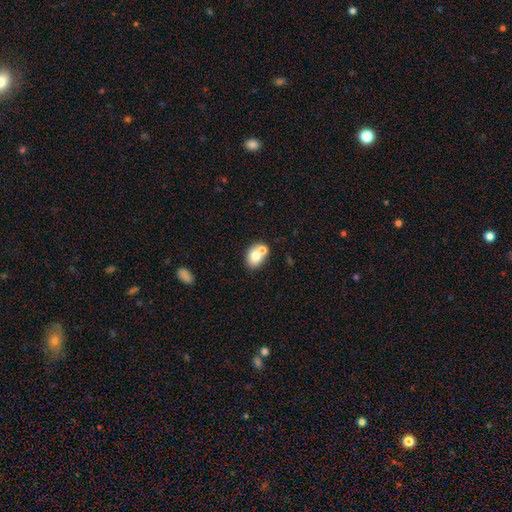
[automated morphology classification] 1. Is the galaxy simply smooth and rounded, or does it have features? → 73% smooth, 18% featured or disk, 9% star or artifact.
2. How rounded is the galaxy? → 55% in between, 44% round, 1% cigar-shaped.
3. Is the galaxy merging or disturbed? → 46% none, 41% merger, 10% minor disturbance, 3% major disturbance.